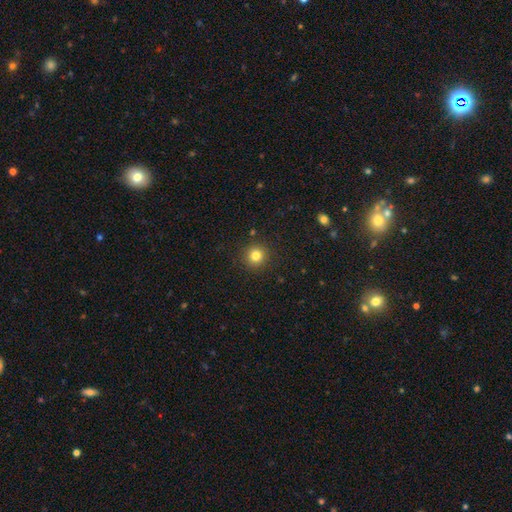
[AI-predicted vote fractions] Smooth or featured: smooth — 81% (star or artifact — 13%)
How rounded: round — 94% (in between — 5%)
Merging: none — 91% (minor disturbance — 5%)